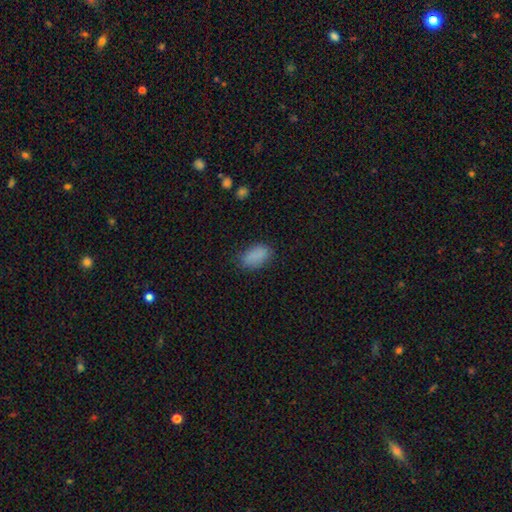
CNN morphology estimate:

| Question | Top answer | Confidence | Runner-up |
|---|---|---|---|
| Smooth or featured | smooth | 86% | star or artifact (10%) |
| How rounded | in between | 92% | round (5%) |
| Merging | none | 77% | minor disturbance (17%) |